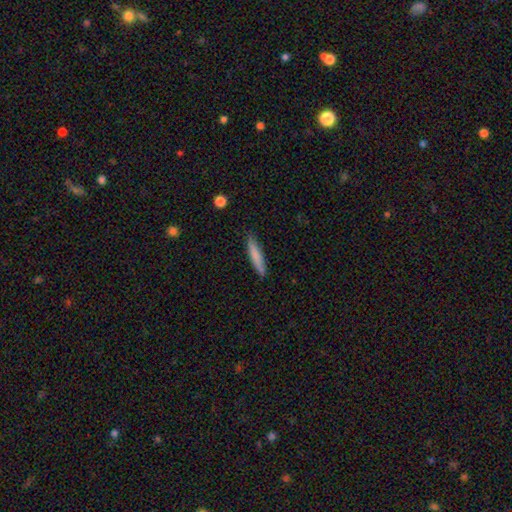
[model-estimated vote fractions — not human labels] The model was most divided on "smooth or featured": smooth: 78%, featured or disk: 16%, star or artifact: 6%. More confident: how rounded — cigar-shaped (90%); merging — none (88%).